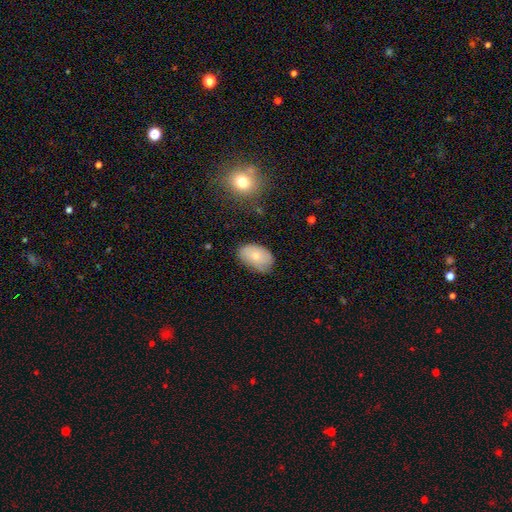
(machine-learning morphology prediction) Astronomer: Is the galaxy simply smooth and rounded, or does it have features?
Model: smooth — 75%.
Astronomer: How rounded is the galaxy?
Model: in between — 90%.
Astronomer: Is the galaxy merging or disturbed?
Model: none — 70%.